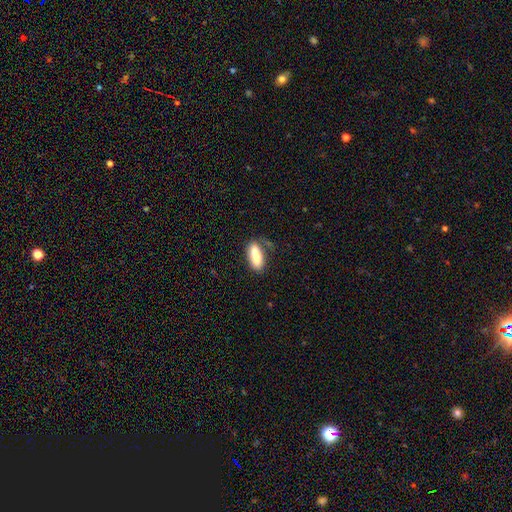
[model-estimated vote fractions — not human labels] Overall: smooth (83%). How rounded: in between (64%; cigar-shaped 34%). Merging: none (68%).